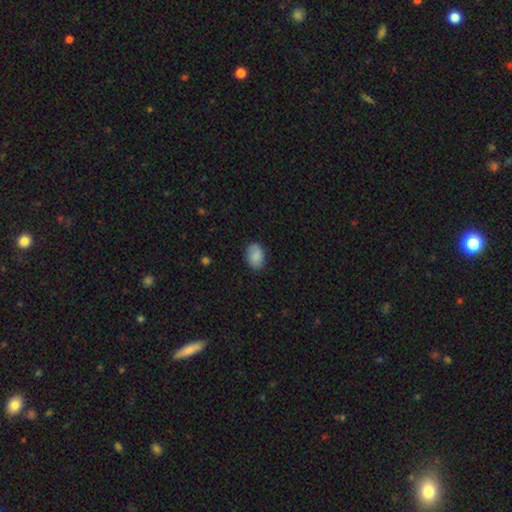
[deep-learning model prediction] smooth_or_featured: smooth (p=0.85) [alt: featured or disk p=0.08]
how_rounded: in between (p=0.82) [alt: round p=0.17]
merging: none (p=0.83) [alt: minor disturbance p=0.13]